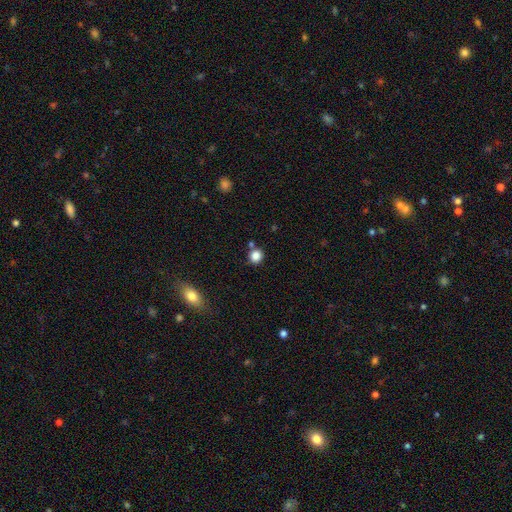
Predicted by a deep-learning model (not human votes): smooth_or_featured: smooth (p=0.85) [alt: star or artifact p=0.11]
how_rounded: round (p=0.85) [alt: in between p=0.14]
merging: none (p=0.76) [alt: minor disturbance p=0.11]